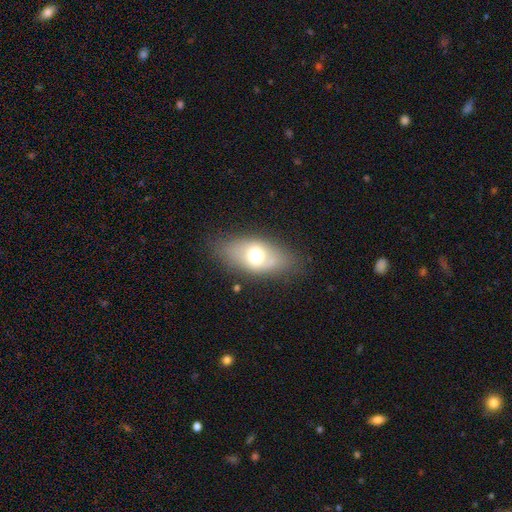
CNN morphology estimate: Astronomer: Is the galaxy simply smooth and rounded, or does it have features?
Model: smooth — 62%.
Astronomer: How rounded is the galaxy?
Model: in between — 86%.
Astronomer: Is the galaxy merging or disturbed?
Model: none — 78%.